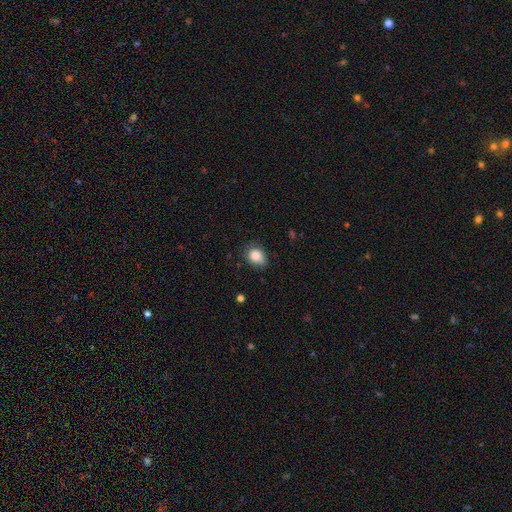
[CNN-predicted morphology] type=smooth (84%); roundness=in between (55%); merging=none (58%).